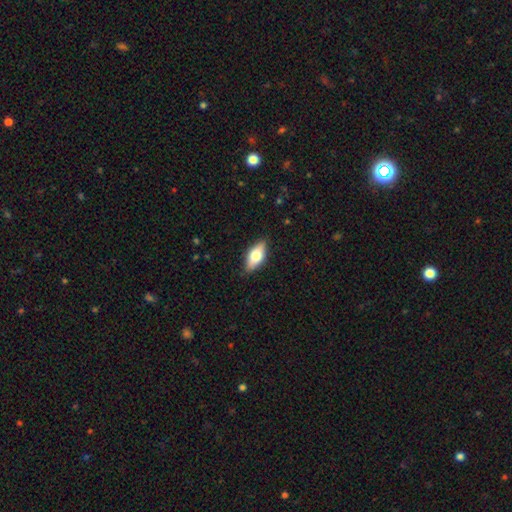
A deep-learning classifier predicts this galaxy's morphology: smooth_or_featured: smooth (p=0.61) [alt: featured or disk p=0.32]
how_rounded: in between (p=0.82) [alt: cigar-shaped p=0.14]
merging: none (p=0.86) [alt: minor disturbance p=0.11]